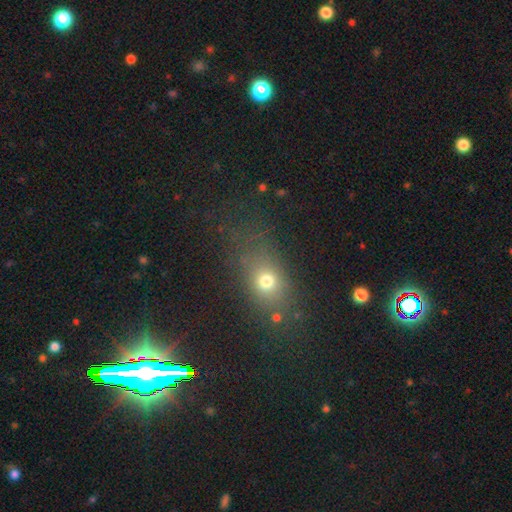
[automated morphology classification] Overall: star or artifact (43%; smooth 42%).